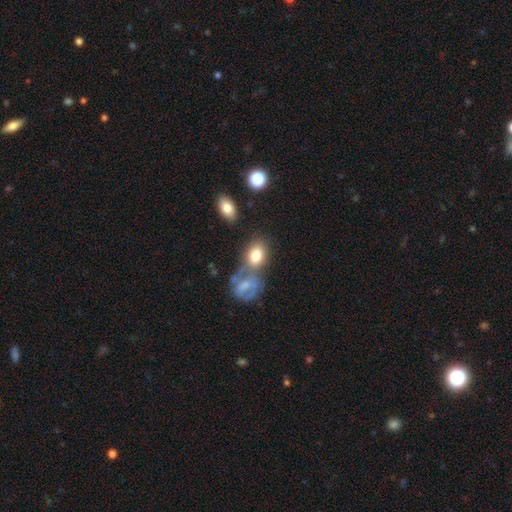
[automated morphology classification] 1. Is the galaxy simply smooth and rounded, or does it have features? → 76% smooth, 16% featured or disk, 8% star or artifact.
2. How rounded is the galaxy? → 74% in between, 24% round, 2% cigar-shaped.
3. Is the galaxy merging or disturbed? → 42% none, 34% merger, 15% minor disturbance, 8% major disturbance.